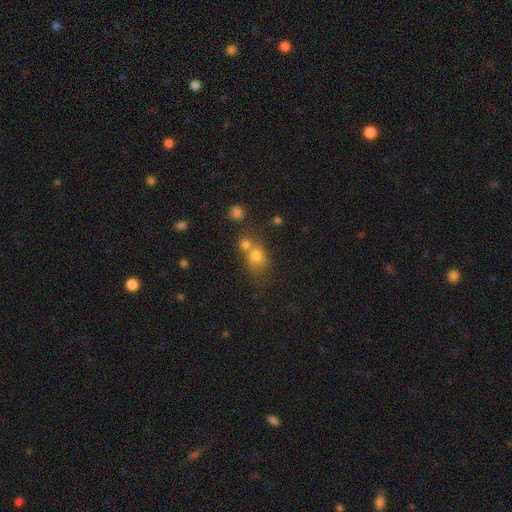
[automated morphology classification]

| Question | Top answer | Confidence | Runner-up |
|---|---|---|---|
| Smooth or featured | smooth | 73% | star or artifact (14%) |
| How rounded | round | 58% | in between (40%) |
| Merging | merger | 50% | none (35%) |